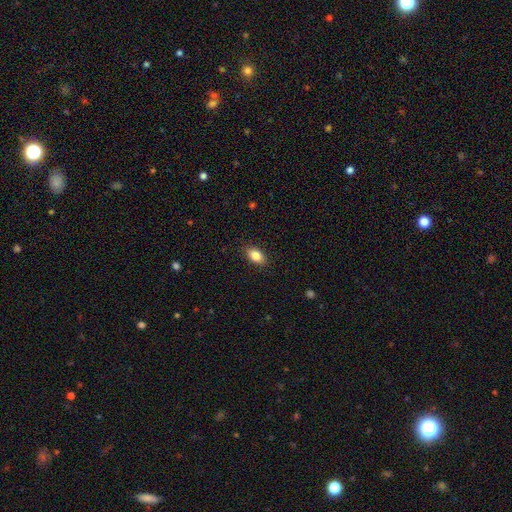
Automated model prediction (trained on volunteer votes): The model was most divided on "smooth or featured": smooth: 84%, featured or disk: 8%, star or artifact: 8%. More confident: how rounded — in between (88%); merging — none (88%).